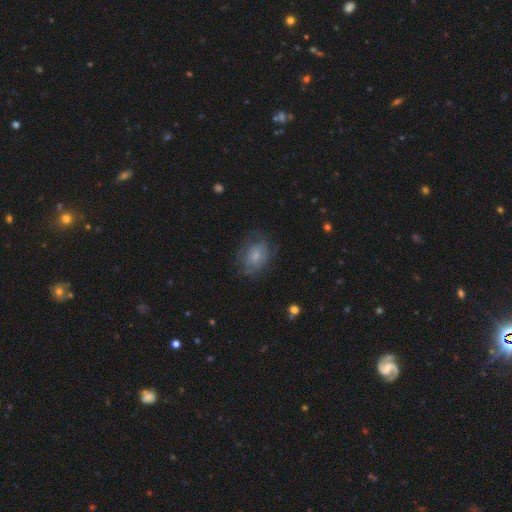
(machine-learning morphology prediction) Smooth or featured? smooth (59%)
How rounded? in between (65%)
Merging? none (64%)